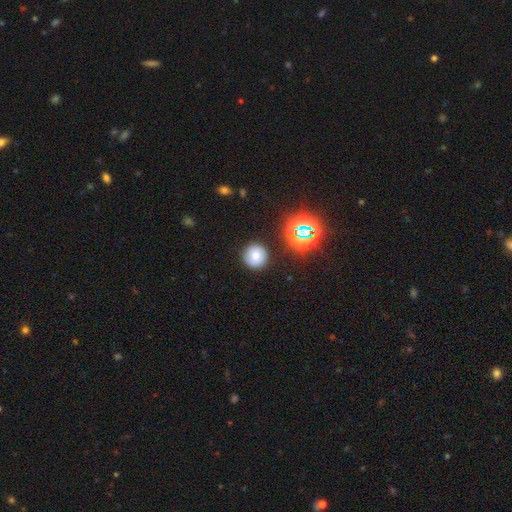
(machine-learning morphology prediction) The model was most divided on "smooth or featured": smooth: 67%, star or artifact: 17%, featured or disk: 16%. More confident: how rounded — round (94%); merging — none (86%).